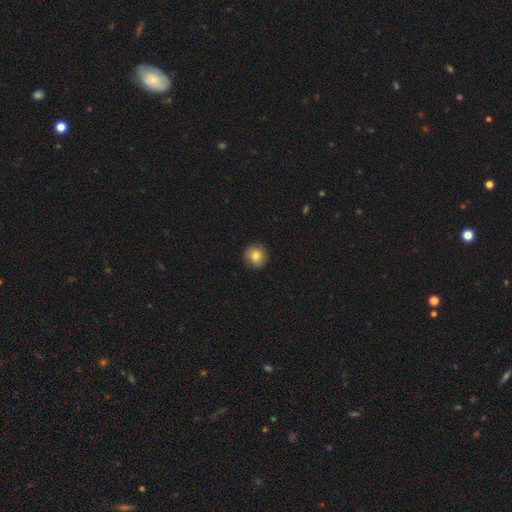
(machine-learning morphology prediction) smooth 77%, featured or disk 13%, star or artifact 9%. Down the decision tree: how rounded — round (92%); merging — none (88%).